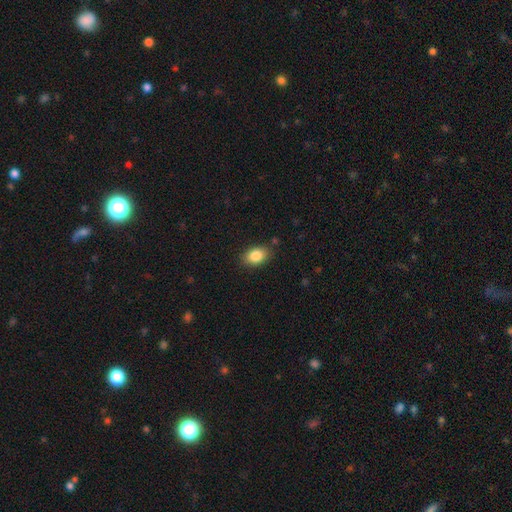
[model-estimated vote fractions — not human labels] smooth 86%, star or artifact 8%, featured or disk 6%. Down the decision tree: how rounded — in between (83%); merging — none (84%).